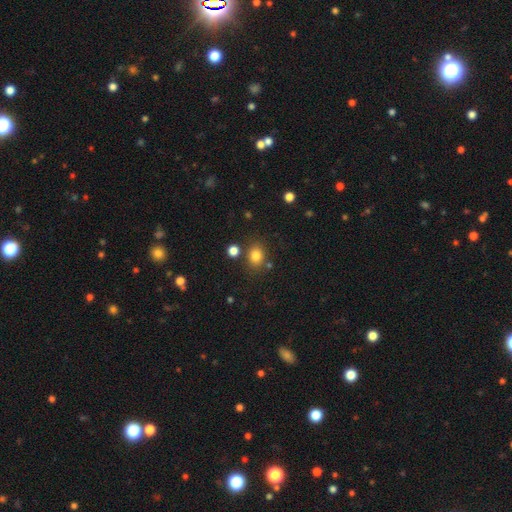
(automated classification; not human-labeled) smooth 82%, star or artifact 12%, featured or disk 6%. Down the decision tree: how rounded — round (58%); merging — none (77%).